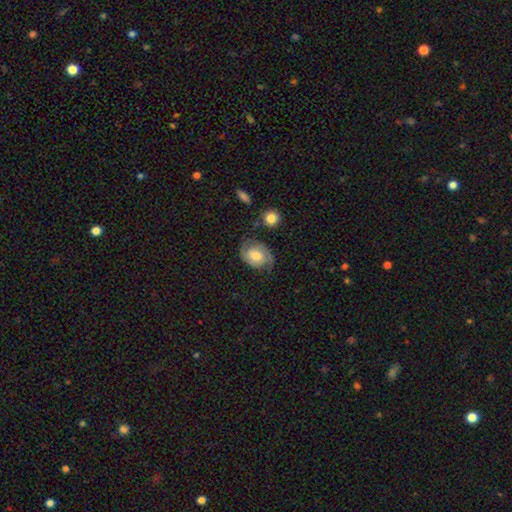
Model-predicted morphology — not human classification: Smooth or featured? featured or disk (77%)
Edge-on disk? no (98%)
Bar? no (64%)
Spiral arms? yes (95%)
Spiral winding? tight (45%)
Spiral arm count? 2 (89%)
Bulge size? moderate (65%)
Merging? none (73%)